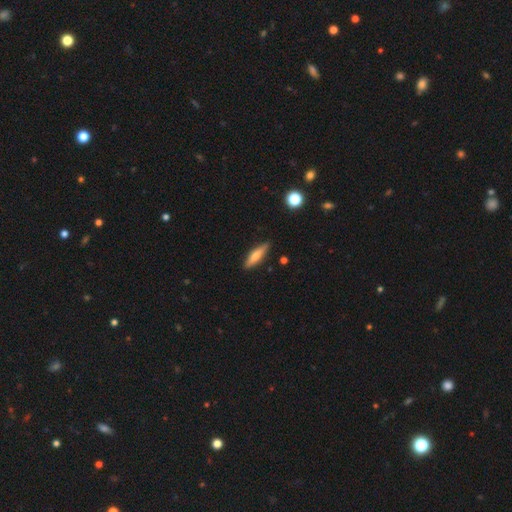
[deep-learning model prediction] Smooth or featured?
  - smooth: 62% *
  - featured or disk: 31%
  - star or artifact: 6%
How rounded?
  - cigar-shaped: 73% *
  - in between: 25%
  - round: 2%
Merging?
  - none: 87% *
  - minor disturbance: 9%
  - major disturbance: 2%
  - merger: 2%